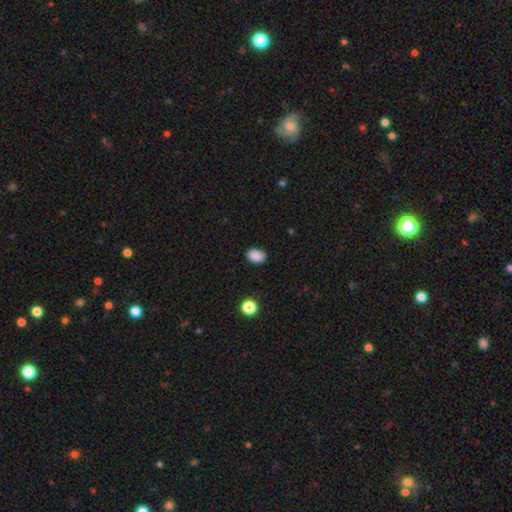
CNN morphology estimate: A smooth galaxy with no disk features (88%) that is in between round and cigar-shaped (76%). Merging: none (87%).